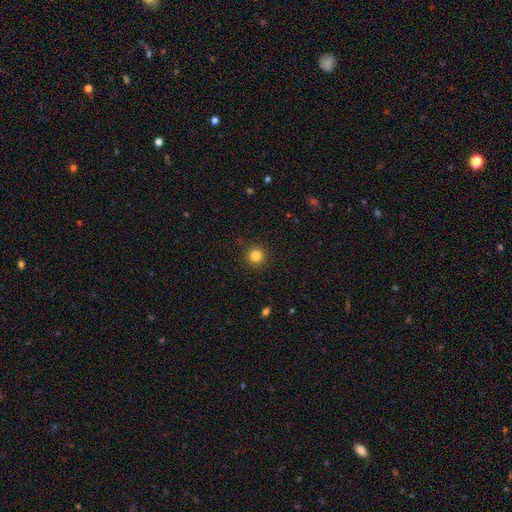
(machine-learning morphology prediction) Overall: smooth (83%). How rounded: round (95%). Merging: none (91%).